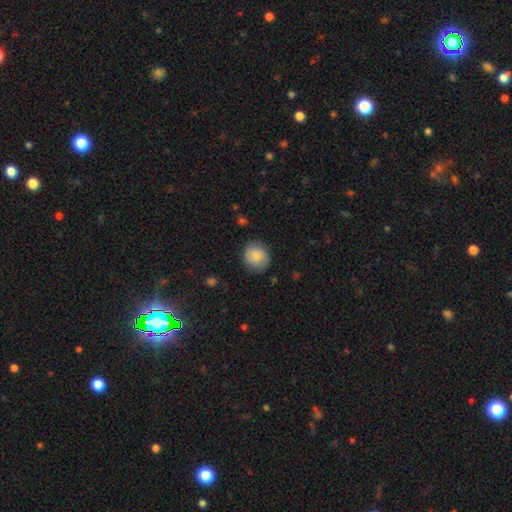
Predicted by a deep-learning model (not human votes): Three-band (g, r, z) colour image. It shows a smooth galaxy with no disk features (78%) that is round (77%). Merging: none (80%).